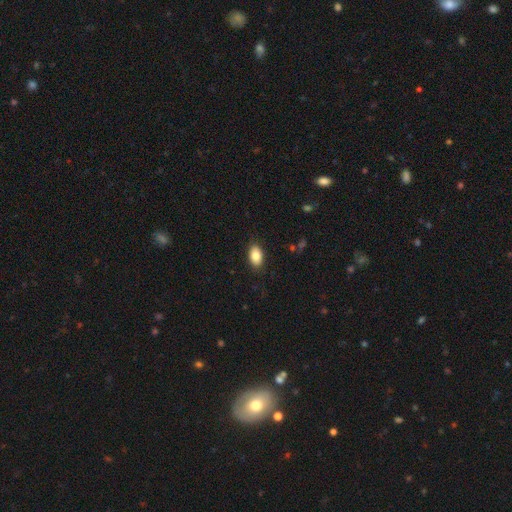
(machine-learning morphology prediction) smooth-or-featured: smooth: 84% | featured or disk: 9% | star or artifact: 7%
  how-rounded: in between: 91% | round: 7% | cigar-shaped: 2%
  merging: none: 87% | minor disturbance: 10% | major disturbance: 2% | merger: 1%